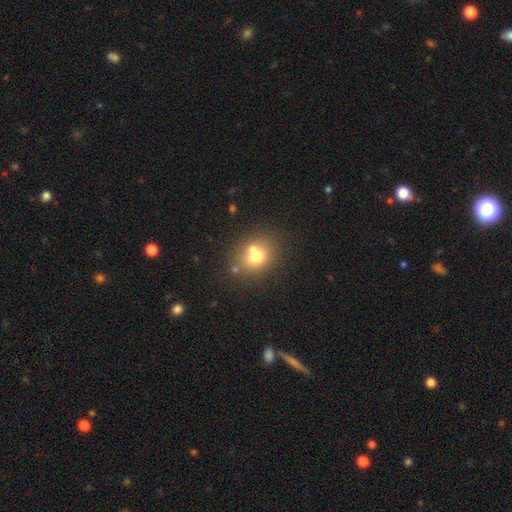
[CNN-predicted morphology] A smooth galaxy with no disk features (68%) that is round (69%). Merging: none (53%).